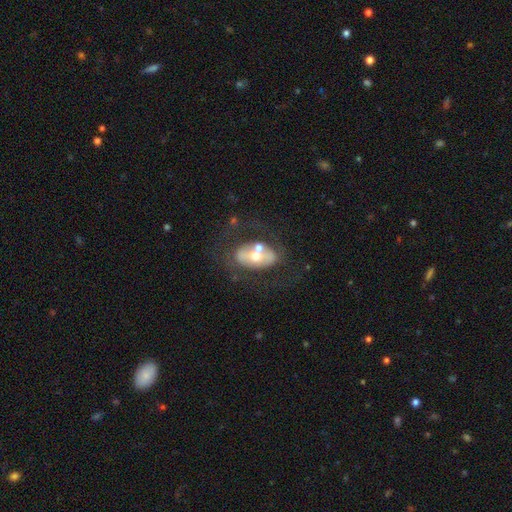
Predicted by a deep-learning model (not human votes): Smooth or featured?
  - featured or disk: 57% *
  - smooth: 35%
  - star or artifact: 8%
Edge-on disk?
  - no: 92% *
  - yes: 8%
Bar?
  - no: 66% *
  - weak: 18%
  - strong: 16%
Spiral arms?
  - no: 75% *
  - yes: 25%
Bulge size?
  - moderate: 67% *
  - small: 23%
  - large: 7%
  - none: 2%
  - dominant: 2%
Merging?
  - none: 51% *
  - merger: 22%
  - minor disturbance: 16%
  - major disturbance: 12%